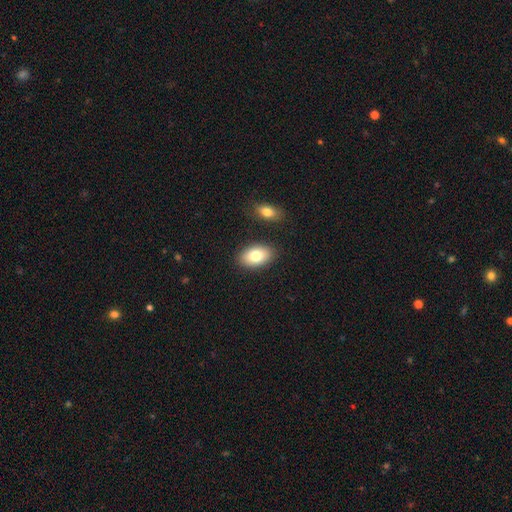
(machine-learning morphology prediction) The model was most divided on "smooth or featured": smooth: 79%, featured or disk: 14%, star or artifact: 7%. More confident: how rounded — in between (91%); merging — none (86%).